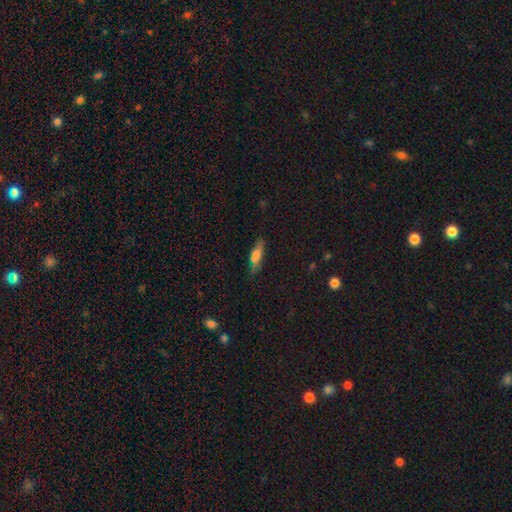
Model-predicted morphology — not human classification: This is likely a smooth galaxy (69%). How rounded: possibly in between (52%). Merging: likely none (71%).